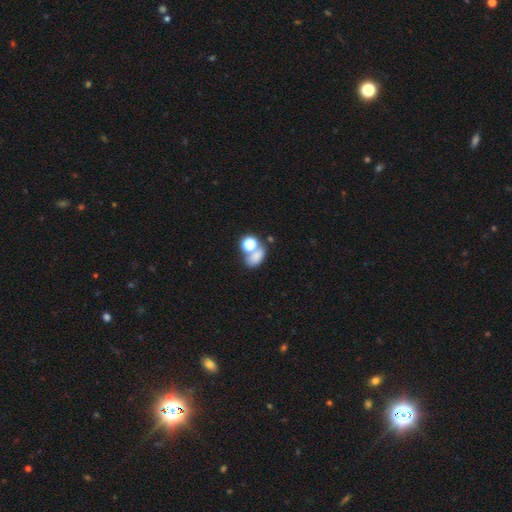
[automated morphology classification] Smooth or featured? Predicted: smooth (p=0.70). How rounded? Predicted: in between (p=0.66). Merging? Predicted: none (p=0.42).